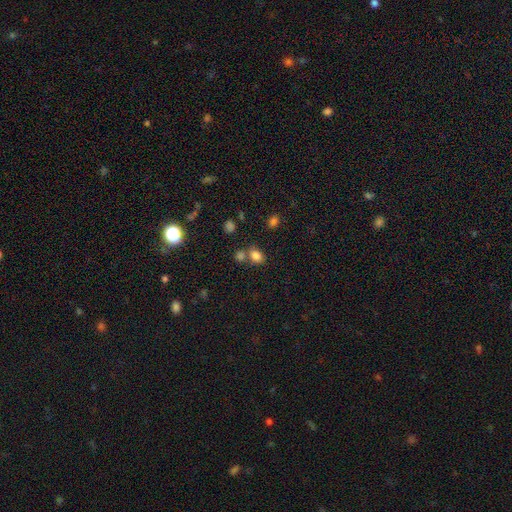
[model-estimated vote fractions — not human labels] The model was most divided on "how rounded": in between: 65%, round: 33%, cigar-shaped: 1%. More confident: smooth or featured — smooth (81%); merging — none (59%).